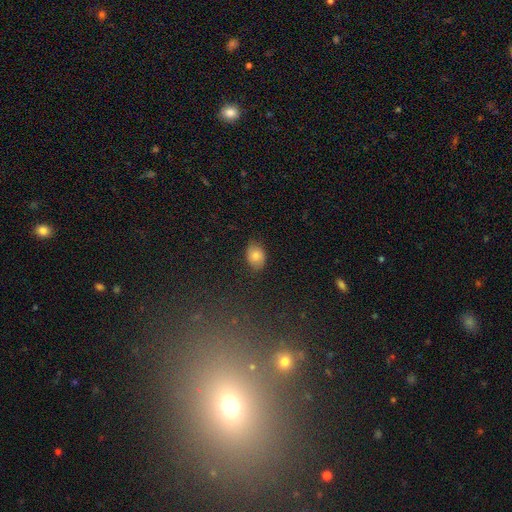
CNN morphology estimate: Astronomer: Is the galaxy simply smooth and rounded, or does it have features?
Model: smooth — 79%.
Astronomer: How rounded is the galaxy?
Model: in between — 73%.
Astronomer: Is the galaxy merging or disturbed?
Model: none — 82%.